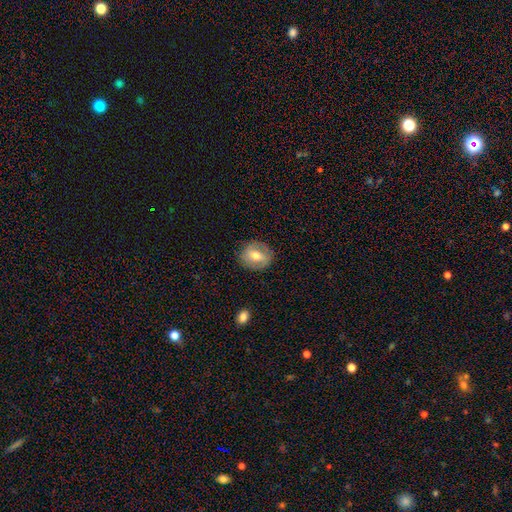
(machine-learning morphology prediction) type=smooth (47%); merging=none (83%).